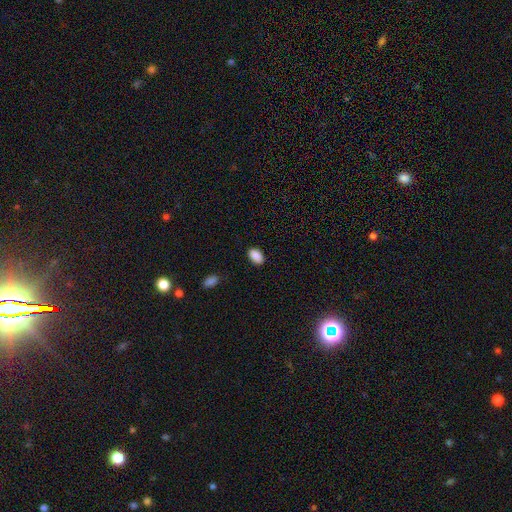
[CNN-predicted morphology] Overall: smooth (89%). How rounded: in between (91%). Merging: none (86%).